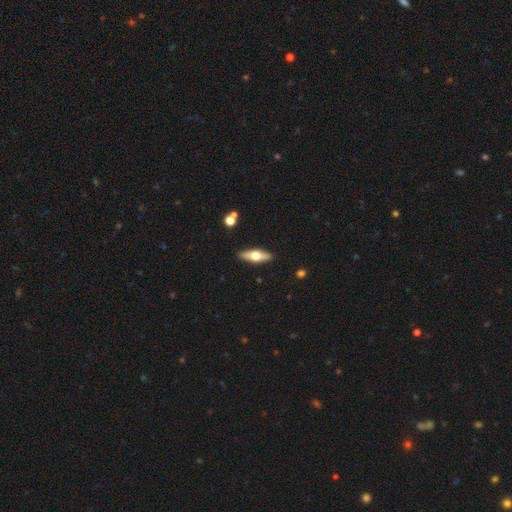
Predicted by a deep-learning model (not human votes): Overall: featured or disk (52%; smooth 42%). Edge-on disk: yes (89%). Merging: none (89%).